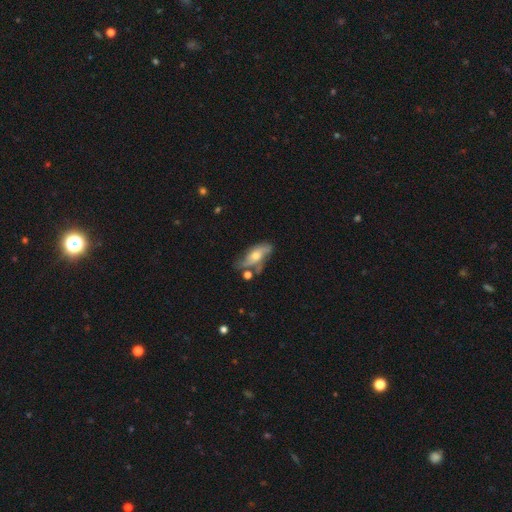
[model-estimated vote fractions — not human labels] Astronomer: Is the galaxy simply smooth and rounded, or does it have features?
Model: featured or disk — 60%.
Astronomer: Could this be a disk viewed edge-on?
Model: no — 80%.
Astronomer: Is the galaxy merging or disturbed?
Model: none — 46% (runner-up: minor disturbance, 26%).